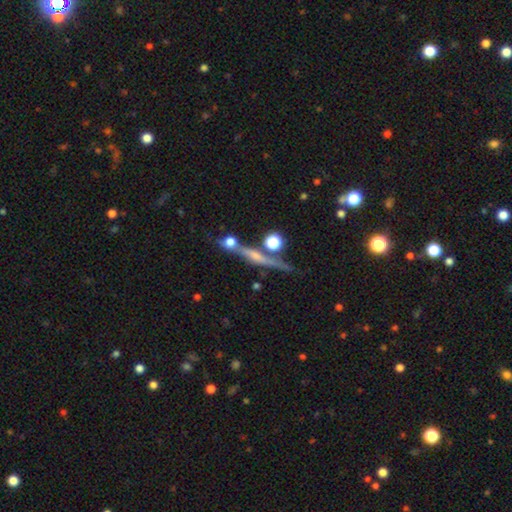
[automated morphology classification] featured or disk 66%, smooth 22%, star or artifact 12%. Down the decision tree: edge-on disk — yes (95%); edge-on bulge — rounded (51%); merging — none (75%).